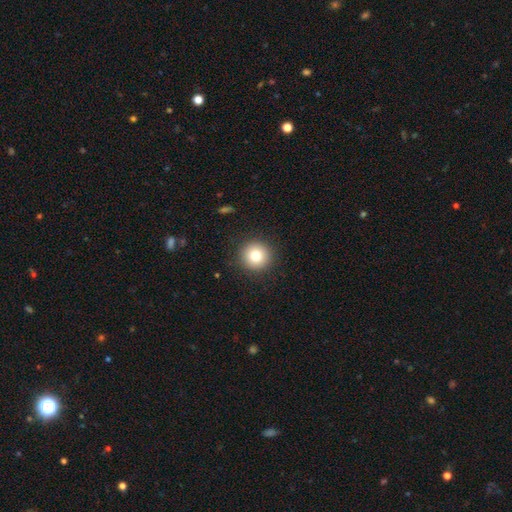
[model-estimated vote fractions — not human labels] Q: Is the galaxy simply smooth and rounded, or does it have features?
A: smooth — 79%.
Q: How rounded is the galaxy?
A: round — 95%.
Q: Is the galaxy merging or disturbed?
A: none — 91%.